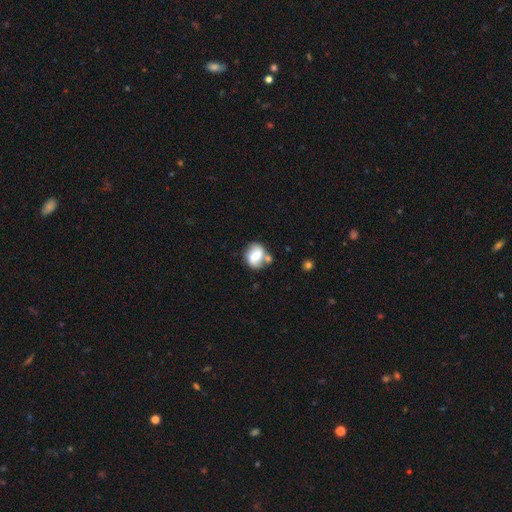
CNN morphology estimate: Smooth or featured: smooth — 52% (featured or disk — 40%)
How rounded: round — 56% (in between — 43%)
Merging: none — 55% (merger — 20%)